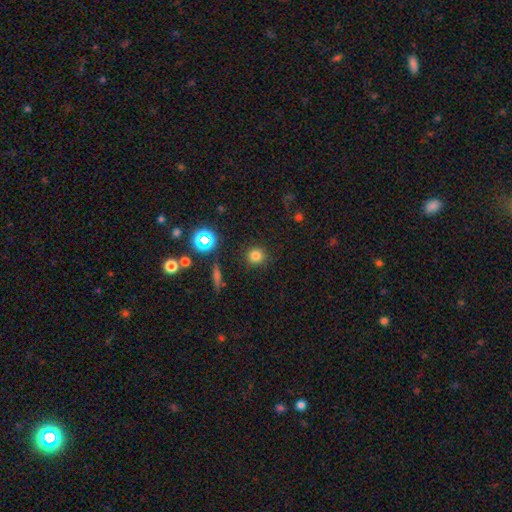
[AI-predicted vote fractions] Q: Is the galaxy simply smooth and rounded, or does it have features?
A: smooth — 76%.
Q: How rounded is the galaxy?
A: round — 93%.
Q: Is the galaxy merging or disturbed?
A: none — 89%.